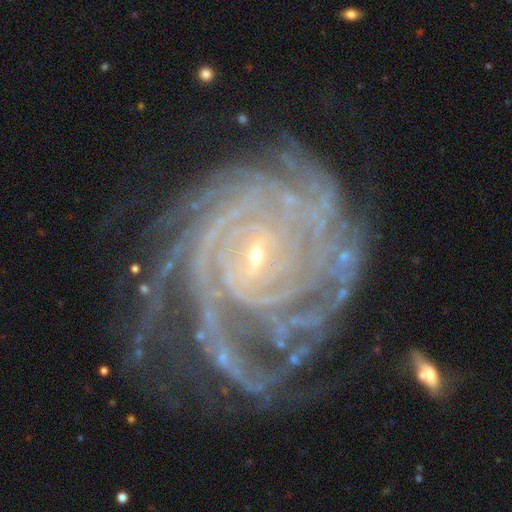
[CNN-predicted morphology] This appears to be a featured or disk galaxy (91%) with no bar (54%), more than 4 (27%) tight (82%) spiral arms (98%) and a small central bulge (85%). Merging: none (59%).